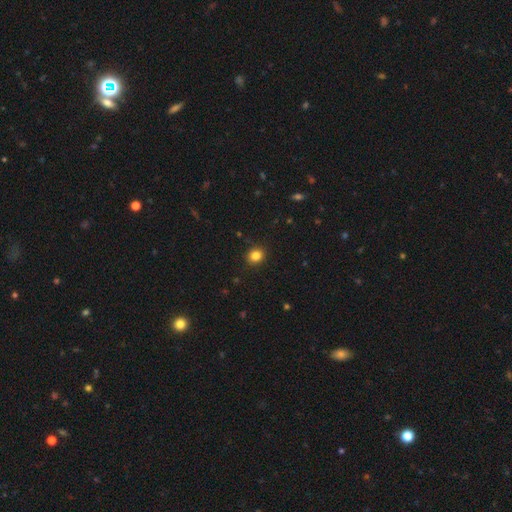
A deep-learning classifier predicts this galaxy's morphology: type=smooth (83%); roundness=round (81%); merging=none (90%).